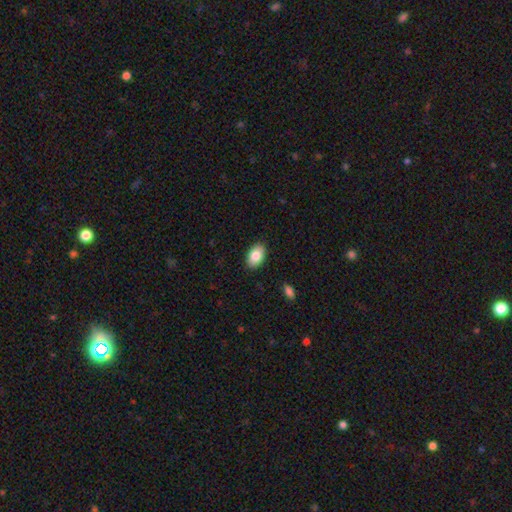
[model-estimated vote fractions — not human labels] Morphology: type=smooth (84%); roundness=in between (91%); merging=none (89%).